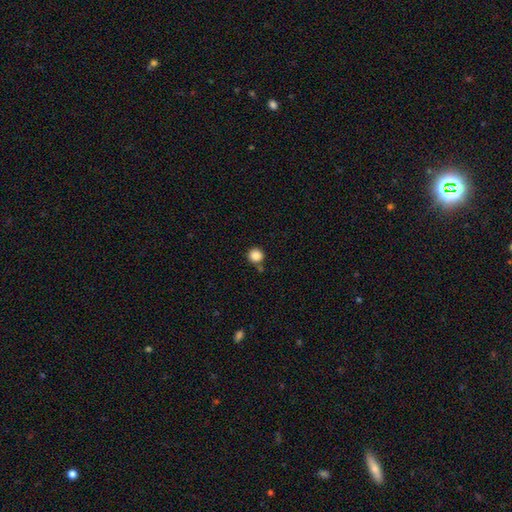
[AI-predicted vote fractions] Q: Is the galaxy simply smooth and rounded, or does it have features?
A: smooth — 87%.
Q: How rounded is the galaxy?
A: round — 94%.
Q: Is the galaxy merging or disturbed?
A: none — 78%.